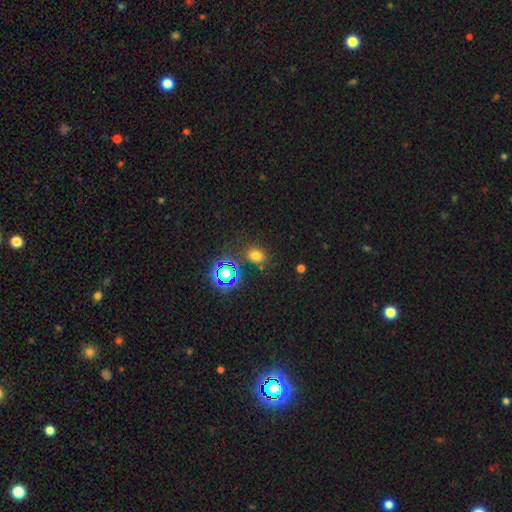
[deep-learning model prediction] Overall: smooth (66%; star or artifact 27%). How rounded: round (52%; in between 46%). Merging: none (80%).